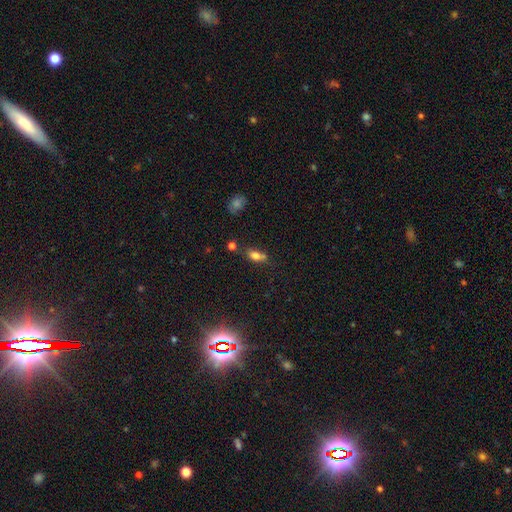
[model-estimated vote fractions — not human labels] This is likely a smooth galaxy (72%). How rounded: likely in between (77%). Merging: possibly none (48%).